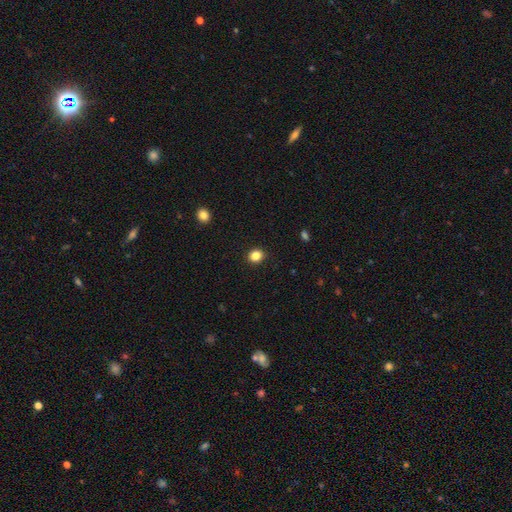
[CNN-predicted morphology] Smooth or featured: smooth — 85% (star or artifact — 11%)
How rounded: round — 74% (in between — 25%)
Merging: none — 91% (minor disturbance — 6%)